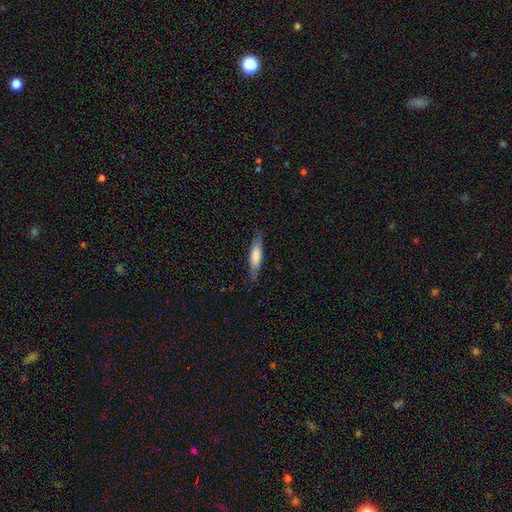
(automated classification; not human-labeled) The model was most divided on "how rounded": cigar-shaped: 67%, in between: 31%, round: 2%. More confident: merging — none (82%); smooth or featured — smooth (73%).